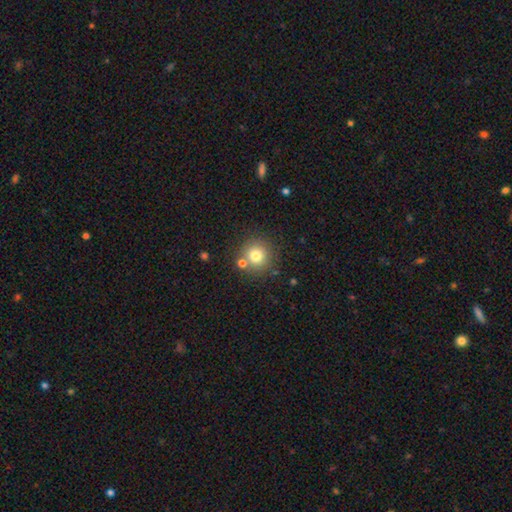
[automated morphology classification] smooth 77%, star or artifact 13%, featured or disk 10%. Down the decision tree: how rounded — round (94%); merging — none (77%).